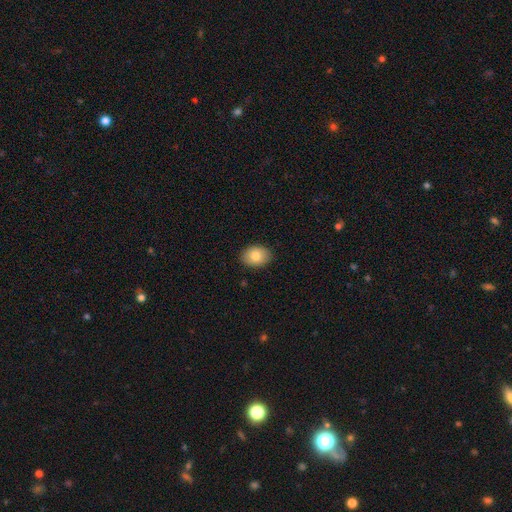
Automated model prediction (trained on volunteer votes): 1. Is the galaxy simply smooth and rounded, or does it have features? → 83% smooth, 9% featured or disk, 8% star or artifact.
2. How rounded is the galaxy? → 71% in between, 28% round, 1% cigar-shaped.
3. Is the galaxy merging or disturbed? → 89% none, 8% minor disturbance, 2% major disturbance, 1% merger.